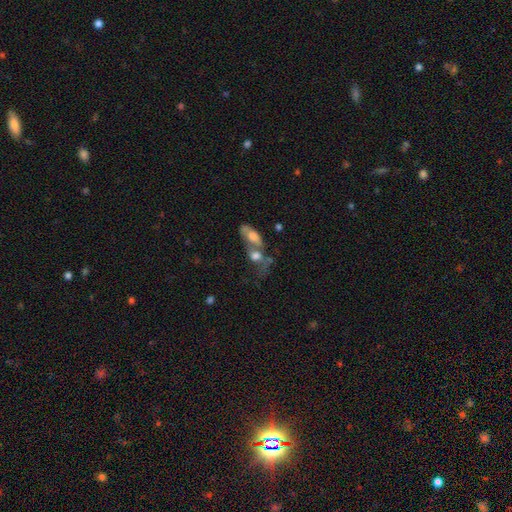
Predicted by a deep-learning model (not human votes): Smooth or featured? Predicted: smooth (p=0.57). How rounded? Predicted: in between (p=0.74). Merging? Predicted: merger (p=0.65).